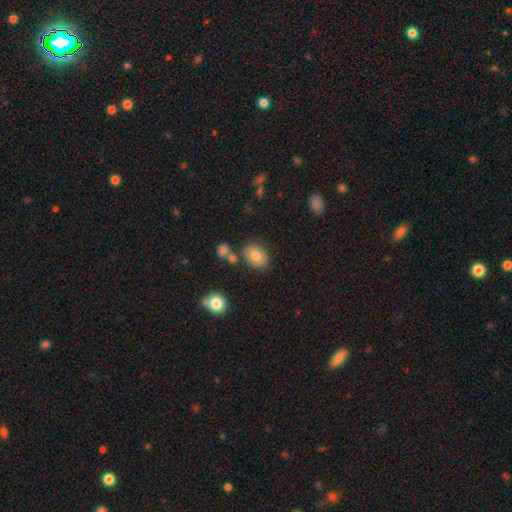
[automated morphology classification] Smooth or featured? smooth (78%)
How rounded? in between (73%)
Merging? none (75%)